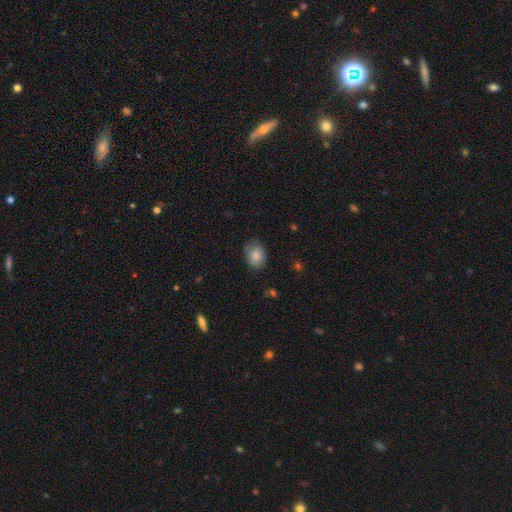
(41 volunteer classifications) Q: Smooth or featured?
A: smooth (80%); runner-up: featured or disk (10%)
Q: How rounded?
A: in between (64%); runner-up: round (33%)
Q: Merging?
A: none (81%); runner-up: minor disturbance (8%)